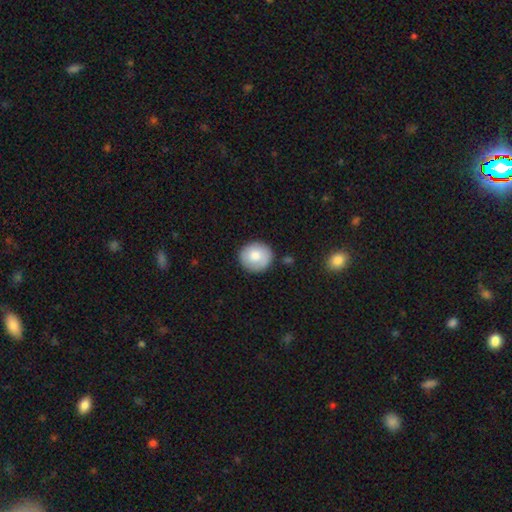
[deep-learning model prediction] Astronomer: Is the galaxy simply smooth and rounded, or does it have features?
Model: smooth — 76%.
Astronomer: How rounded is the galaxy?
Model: round — 86%.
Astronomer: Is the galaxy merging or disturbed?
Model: none — 83%.